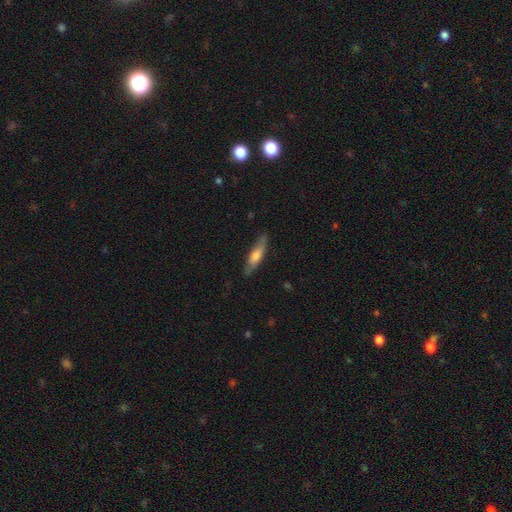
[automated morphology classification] The model was most divided on "smooth or featured": smooth: 60%, featured or disk: 35%, star or artifact: 6%. More confident: merging — none (78%); how rounded — cigar-shaped (69%).